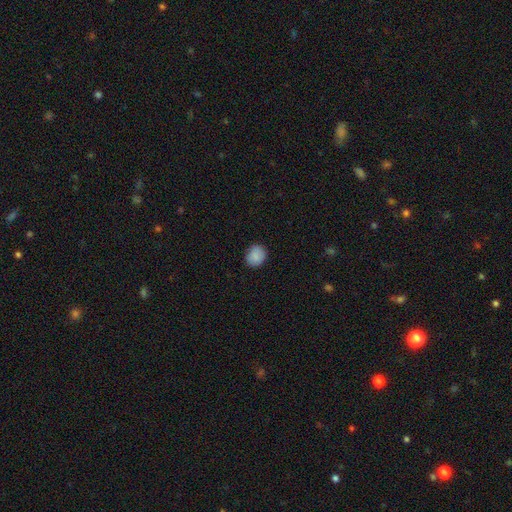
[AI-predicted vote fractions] A smooth galaxy with no disk features (87%) that is round (78%). Merging: none (86%).